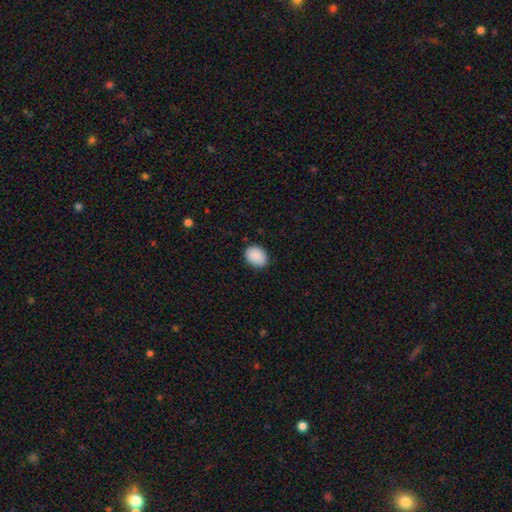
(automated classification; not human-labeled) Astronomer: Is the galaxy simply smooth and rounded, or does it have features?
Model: smooth — 89%.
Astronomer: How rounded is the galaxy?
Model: in between — 62%.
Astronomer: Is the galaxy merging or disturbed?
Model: none — 84%.